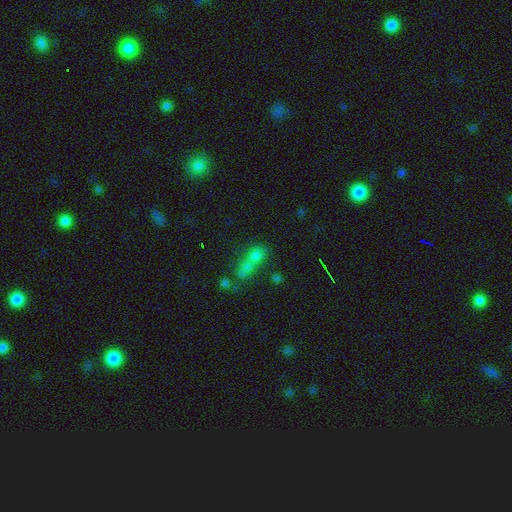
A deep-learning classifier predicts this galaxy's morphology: smooth 62%, star or artifact 22%, featured or disk 17%. Down the decision tree: how rounded — in between (53%); merging — merger (56%).